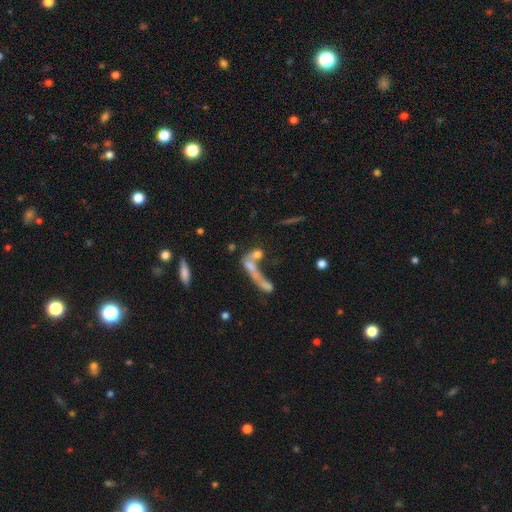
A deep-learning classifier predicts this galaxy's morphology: The model was most divided on "smooth or featured": featured or disk: 41%, smooth: 39%, star or artifact: 19%. Remaining: merging — merger (47%).